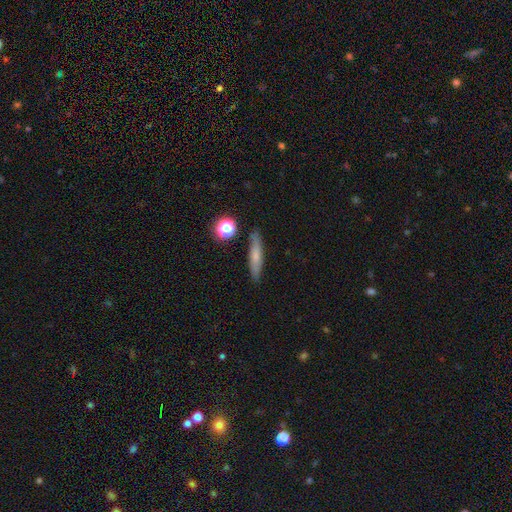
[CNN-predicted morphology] This is likely a smooth galaxy (62%). How rounded: clearly cigar-shaped (83%). Merging: clearly none (85%).